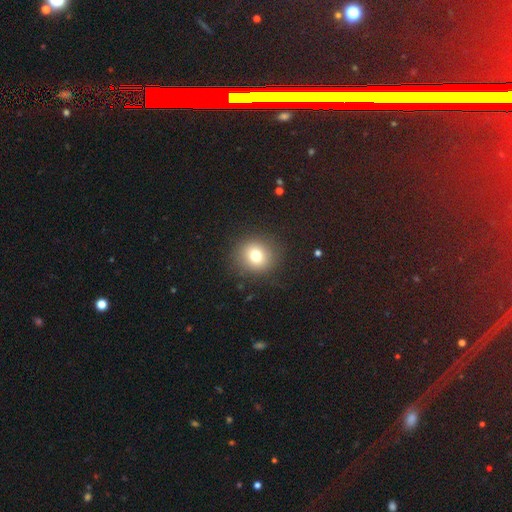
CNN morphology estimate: The model was most divided on "smooth or featured": smooth: 76%, star or artifact: 13%, featured or disk: 11%. More confident: merging — none (89%); how rounded — round (88%).